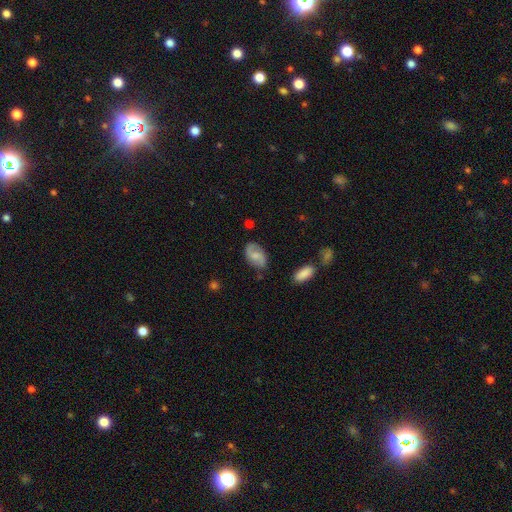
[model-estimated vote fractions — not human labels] Smooth or featured? Predicted: featured or disk (p=0.53). Edge-on disk? Predicted: no (p=0.96). Bar? Predicted: no (p=0.45, tied with weak). Spiral arms? Predicted: yes (p=0.90). Bulge size? Predicted: small (p=0.32). Merging? Predicted: none (p=0.75).